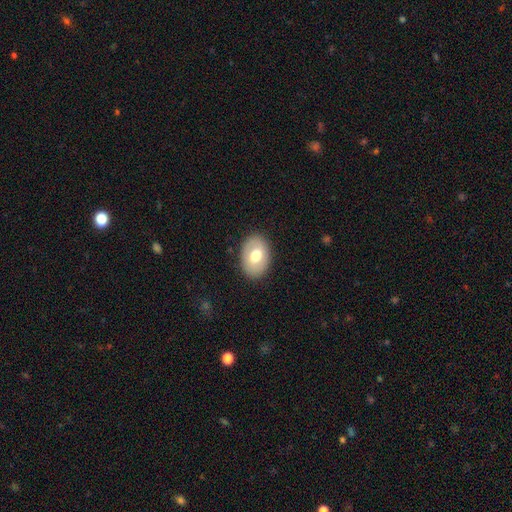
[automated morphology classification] A smooth galaxy with no disk features (64%) that is in between round and cigar-shaped (79%).

Vote fractions:
- Smooth or featured? smooth: 64% / featured or disk: 30% / star or artifact: 7%
- How rounded? in between: 79% / round: 20% / cigar-shaped: 1%
- Merging? none: 86% / minor disturbance: 10% / major disturbance: 3% / merger: 1%